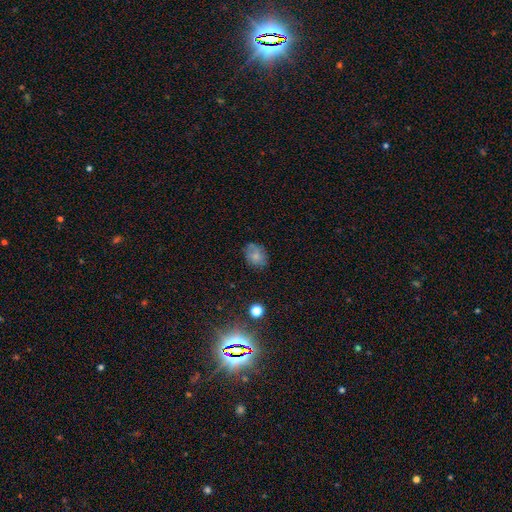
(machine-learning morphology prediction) Smooth or featured? Predicted: smooth (p=0.73). How rounded? Predicted: in between (p=0.55). Merging? Predicted: none (p=0.74).